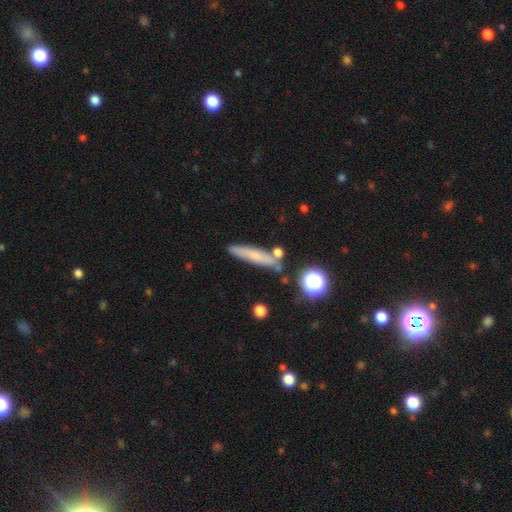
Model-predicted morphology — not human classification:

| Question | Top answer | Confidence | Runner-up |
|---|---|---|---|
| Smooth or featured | smooth | 61% | featured or disk (26%) |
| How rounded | cigar-shaped | 82% | in between (12%) |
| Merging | none | 75% | minor disturbance (13%) |